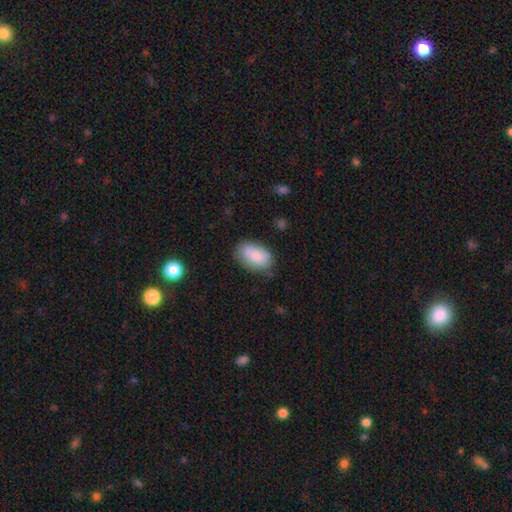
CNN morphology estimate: Overall: smooth (82%). How rounded: in between (91%). Merging: none (70%).